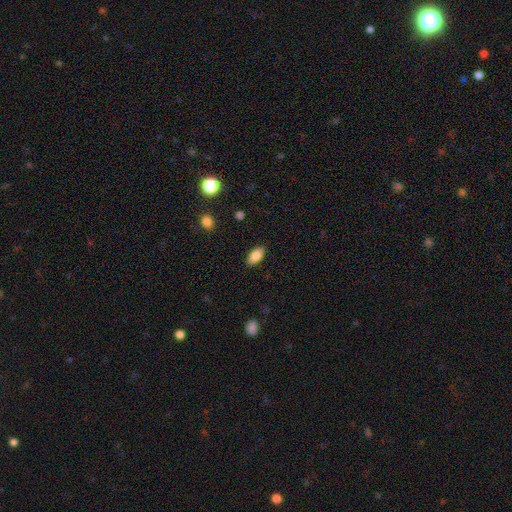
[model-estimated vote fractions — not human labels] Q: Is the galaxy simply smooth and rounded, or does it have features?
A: smooth — 85%.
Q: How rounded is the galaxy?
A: in between — 92%.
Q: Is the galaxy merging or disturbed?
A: none — 88%.